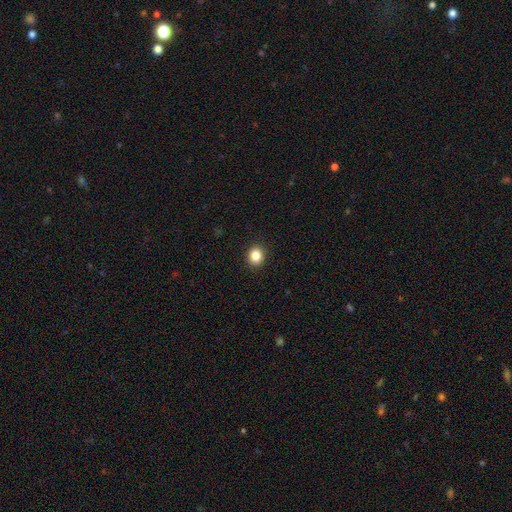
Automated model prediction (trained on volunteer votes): A smooth galaxy with no disk features (85%) that is round (74%). Merging: none (92%).